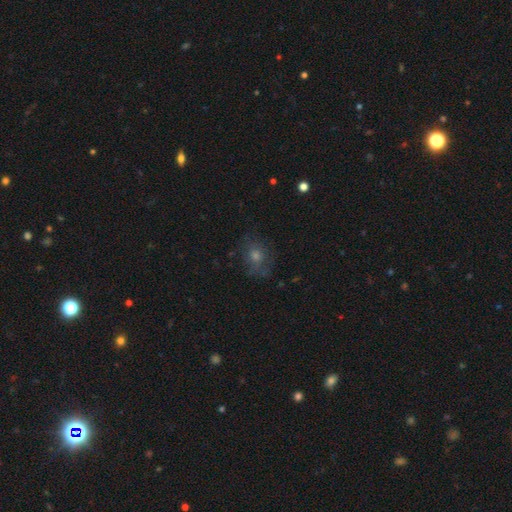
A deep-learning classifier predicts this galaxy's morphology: Q: Smooth or featured?
A: smooth (47%); runner-up: featured or disk (28%)
Q: Merging?
A: none (71%); runner-up: minor disturbance (18%)